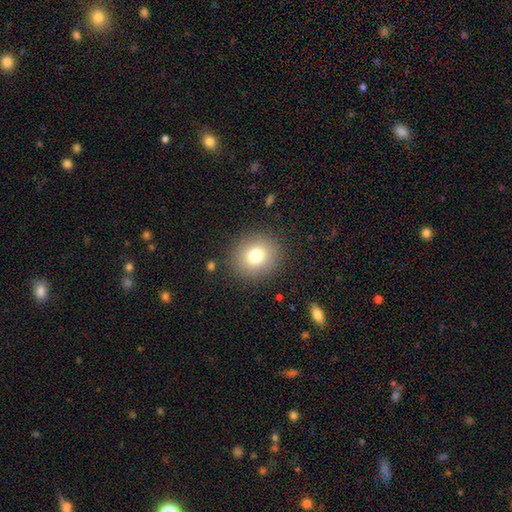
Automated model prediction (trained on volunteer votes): Smooth or featured?
  - smooth: 77% *
  - star or artifact: 12%
  - featured or disk: 11%
How rounded?
  - round: 84% *
  - in between: 15%
  - cigar-shaped: 1%
Merging?
  - none: 88% *
  - minor disturbance: 7%
  - major disturbance: 3%
  - merger: 1%